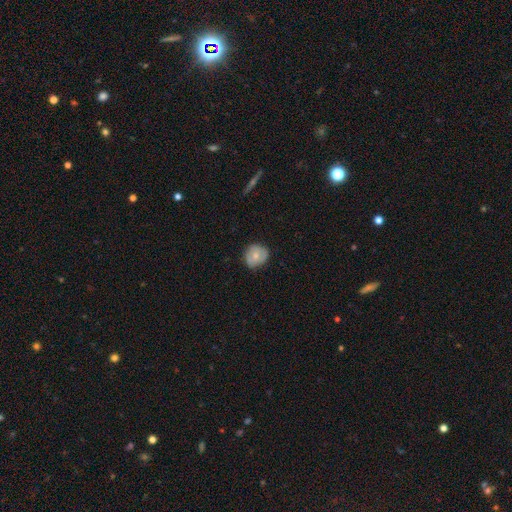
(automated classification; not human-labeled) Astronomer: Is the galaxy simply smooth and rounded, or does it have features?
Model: smooth — 61%.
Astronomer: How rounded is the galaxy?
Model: round — 83%.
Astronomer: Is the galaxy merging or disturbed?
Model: none — 75%.